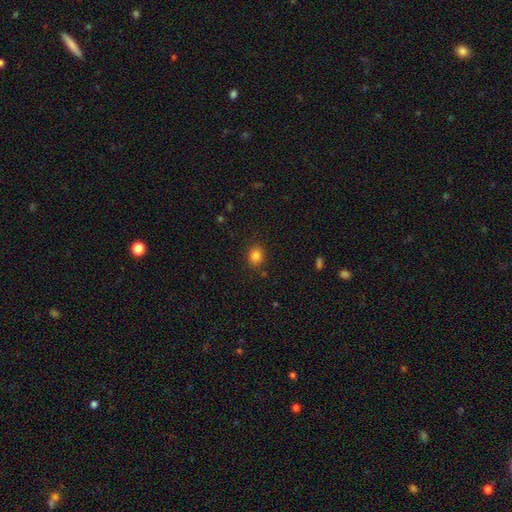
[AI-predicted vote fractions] Morphology: type=smooth (84%); roundness=round (65%); merging=none (86%).